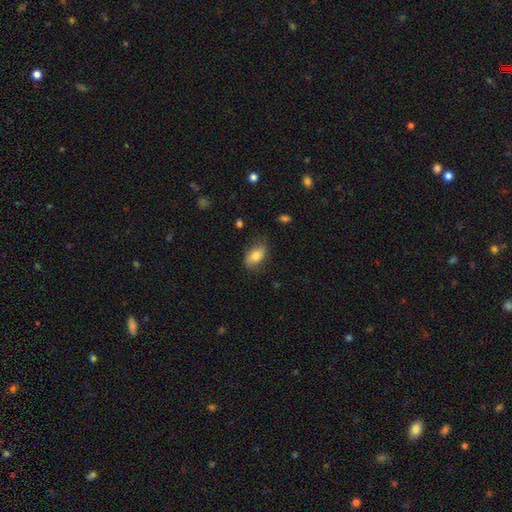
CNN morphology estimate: This is likely a smooth galaxy (72%). How rounded: clearly in between (88%). Merging: likely none (73%).